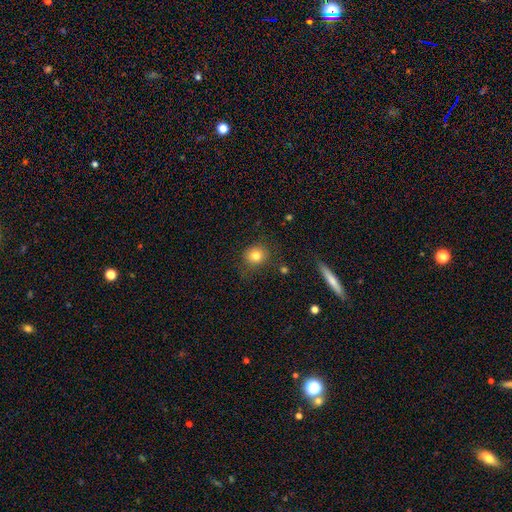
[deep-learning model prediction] A smooth galaxy with no disk features (80%) that is round (83%).

Vote fractions:
- Smooth or featured? smooth: 80% / star or artifact: 11% / featured or disk: 8%
- How rounded? round: 83% / in between: 16% / cigar-shaped: 1%
- Merging? none: 80% / minor disturbance: 13% / major disturbance: 5% / merger: 2%